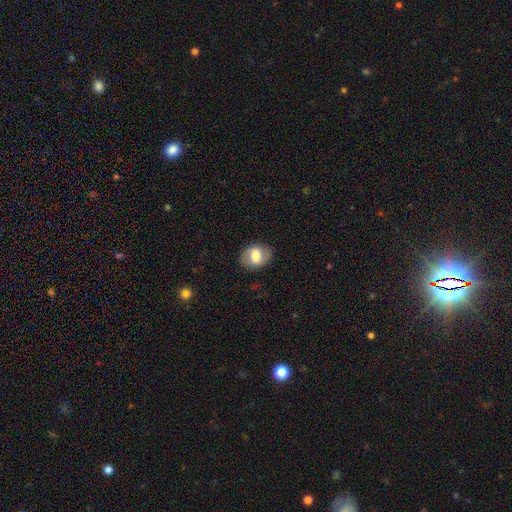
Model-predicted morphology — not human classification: smooth-or-featured: smooth: 60% | featured or disk: 33% | star or artifact: 8%
  how-rounded: in between: 68% | round: 30% | cigar-shaped: 1%
  merging: none: 83% | minor disturbance: 12% | major disturbance: 4% | merger: 1%